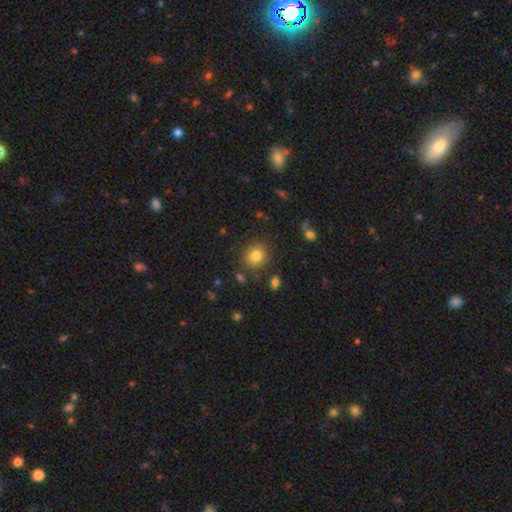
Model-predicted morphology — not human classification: Smooth or featured?
  - smooth: 81% *
  - star or artifact: 12%
  - featured or disk: 7%
How rounded?
  - round: 78% *
  - in between: 21%
  - cigar-shaped: 1%
Merging?
  - none: 84% *
  - minor disturbance: 9%
  - merger: 4%
  - major disturbance: 3%